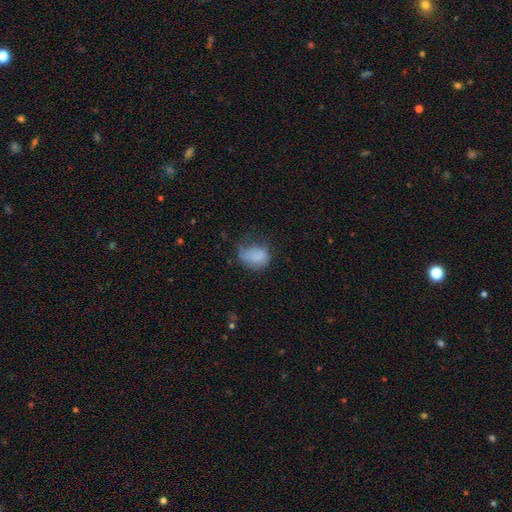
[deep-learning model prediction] Smooth or featured? smooth (75%)
How rounded? in between (71%)
Merging? minor disturbance (34%)